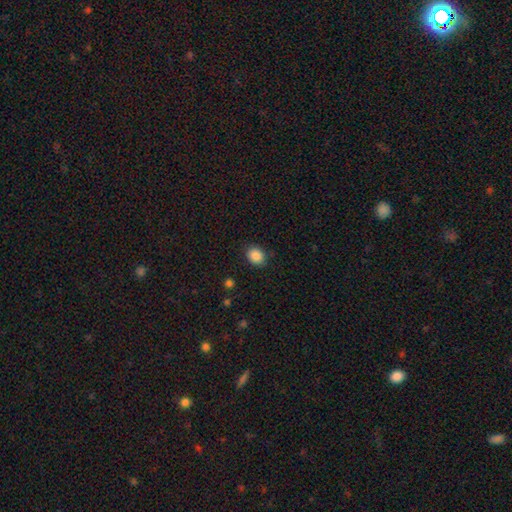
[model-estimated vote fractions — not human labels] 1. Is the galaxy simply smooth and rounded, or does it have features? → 87% smooth, 9% star or artifact, 4% featured or disk.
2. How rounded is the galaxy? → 51% round, 48% in between, 1% cigar-shaped.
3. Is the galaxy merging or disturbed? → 87% none, 9% minor disturbance, 3% major disturbance, 1% merger.